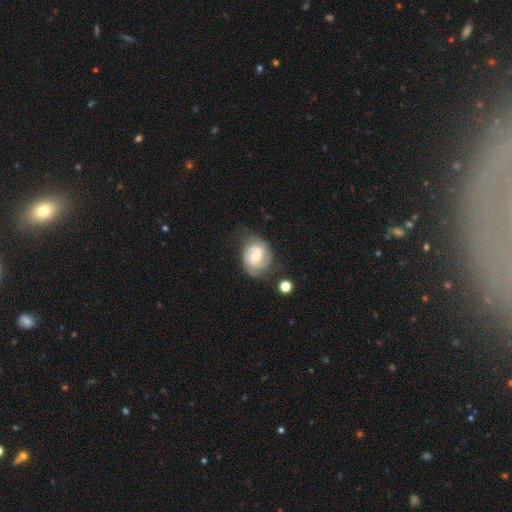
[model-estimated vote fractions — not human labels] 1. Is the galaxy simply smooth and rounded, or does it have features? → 75% featured or disk, 19% smooth, 6% star or artifact.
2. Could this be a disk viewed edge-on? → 98% no, 2% yes.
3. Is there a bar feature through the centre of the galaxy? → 54% weak, 32% no, 14% strong.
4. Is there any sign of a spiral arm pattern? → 93% yes, 7% no.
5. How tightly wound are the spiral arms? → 45% medium, 40% tight, 16% loose.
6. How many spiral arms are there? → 67% 2, 15% can't tell, 10% 3, 4% 1, 2% 4, 2% more than 4.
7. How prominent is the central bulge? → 53% moderate, 40% small, 4% large, 2% none, 1% dominant.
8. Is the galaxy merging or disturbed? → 61% none, 25% minor disturbance, 11% major disturbance, 3% merger.